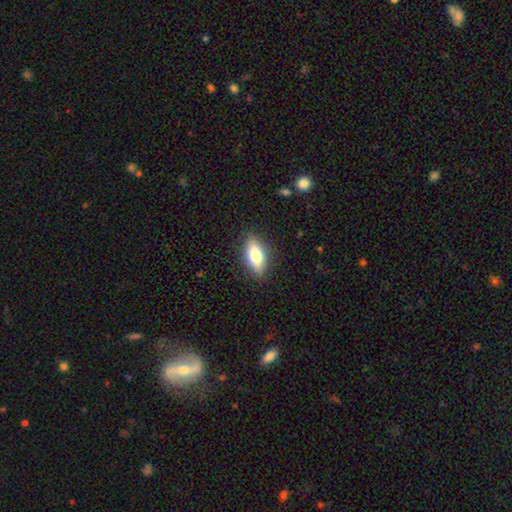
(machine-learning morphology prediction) A smooth galaxy with no disk features (73%) that is in between round and cigar-shaped (80%).

Vote fractions:
- Smooth or featured? smooth: 73% / featured or disk: 20% / star or artifact: 7%
- How rounded? in between: 80% / cigar-shaped: 17% / round: 4%
- Merging? none: 87% / minor disturbance: 10% / major disturbance: 2% / merger: 1%